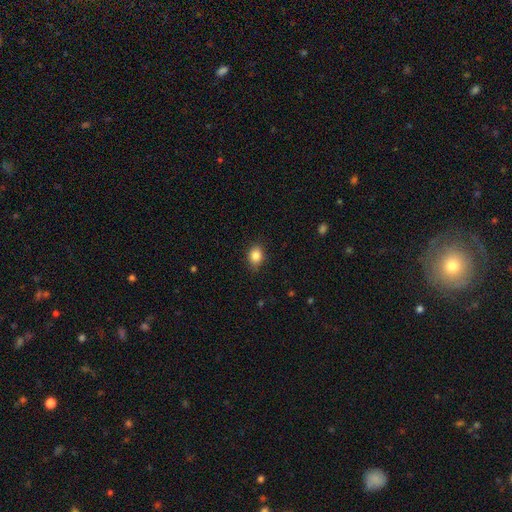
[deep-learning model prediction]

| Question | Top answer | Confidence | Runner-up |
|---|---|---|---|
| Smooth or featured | smooth | 86% | star or artifact (9%) |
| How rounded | in between | 65% | round (34%) |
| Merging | none | 85% | minor disturbance (12%) |